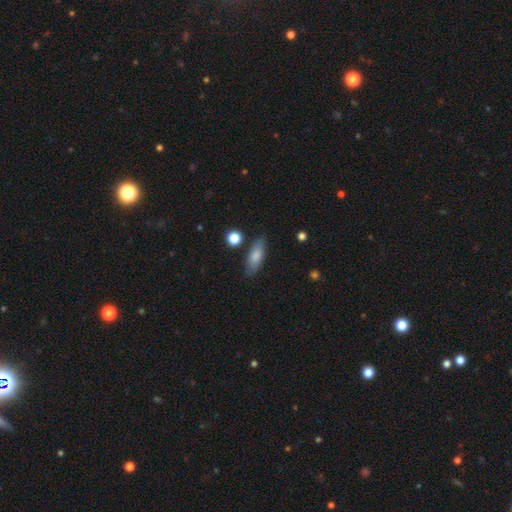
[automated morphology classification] smooth-or-featured: smooth: 79% | featured or disk: 14% | star or artifact: 7%
  how-rounded: in between: 65% | cigar-shaped: 32% | round: 3%
  merging: none: 80% | minor disturbance: 14% | major disturbance: 3% | merger: 3%